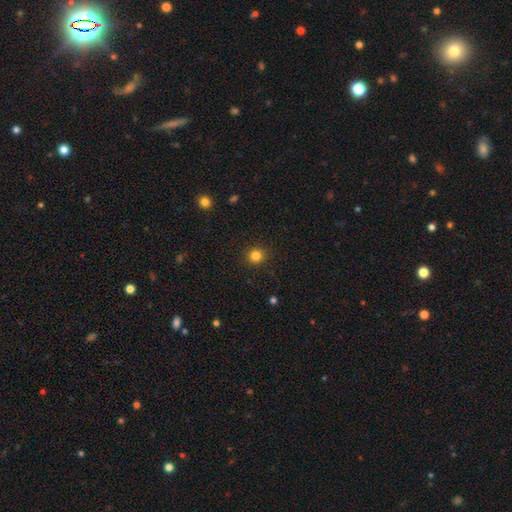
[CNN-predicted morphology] Q: Smooth or featured?
A: smooth (83%); runner-up: star or artifact (13%)
Q: How rounded?
A: round (92%); runner-up: in between (8%)
Q: Merging?
A: none (91%); runner-up: minor disturbance (6%)